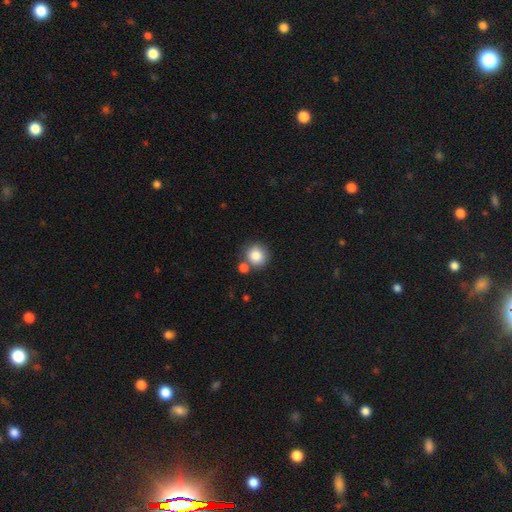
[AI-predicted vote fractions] The model was most divided on "merging": none: 68%, merger: 18%, minor disturbance: 11%, major disturbance: 3%. More confident: how rounded — round (91%); smooth or featured — smooth (85%).